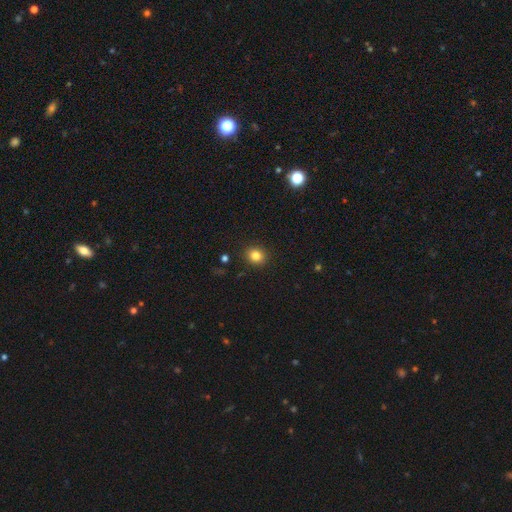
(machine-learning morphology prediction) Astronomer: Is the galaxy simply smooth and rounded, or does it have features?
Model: smooth — 83%.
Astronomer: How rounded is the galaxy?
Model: round — 76%.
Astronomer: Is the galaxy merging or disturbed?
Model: none — 90%.